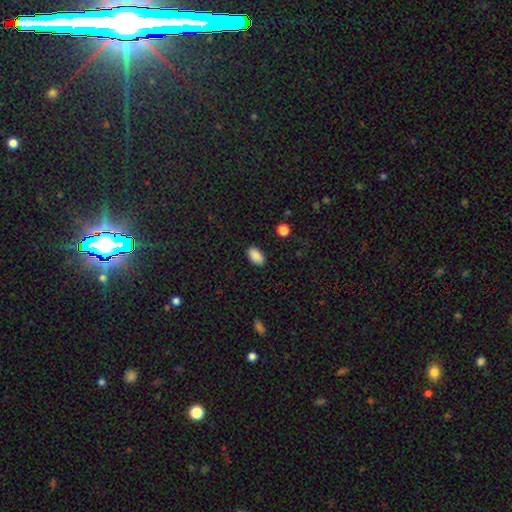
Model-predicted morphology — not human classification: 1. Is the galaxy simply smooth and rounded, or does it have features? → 89% smooth, 8% star or artifact, 3% featured or disk.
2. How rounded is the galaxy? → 93% in between, 5% round, 2% cigar-shaped.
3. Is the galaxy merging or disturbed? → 88% none, 8% minor disturbance, 2% major disturbance, 1% merger.